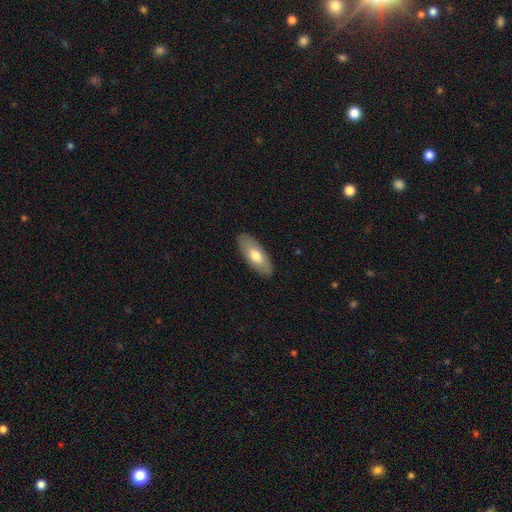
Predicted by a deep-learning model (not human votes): The model was most divided on "smooth or featured": smooth: 68%, featured or disk: 26%, star or artifact: 5%. More confident: merging — none (87%); how rounded — in between (82%).